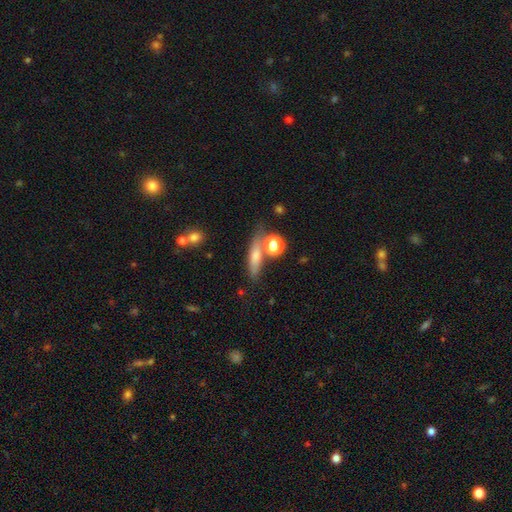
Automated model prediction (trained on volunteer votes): smooth-or-featured: smooth: 47% | featured or disk: 37% | star or artifact: 16%
  merging: none: 66% | merger: 14% | minor disturbance: 13% | major disturbance: 6%